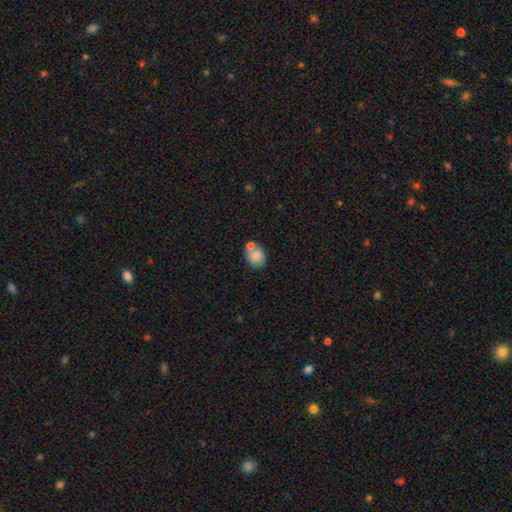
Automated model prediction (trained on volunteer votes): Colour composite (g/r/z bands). It shows a smooth galaxy with no disk features (79%) that is round (55%). Merging: none (55%).